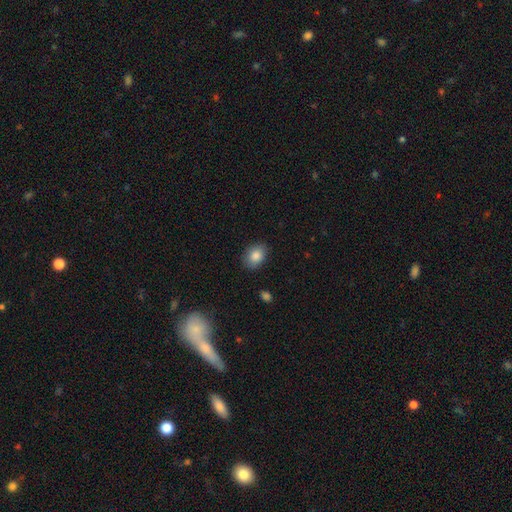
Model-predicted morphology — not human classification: A smooth galaxy with no disk features (85%) that is in between round and cigar-shaped (69%). Merging: none (85%).